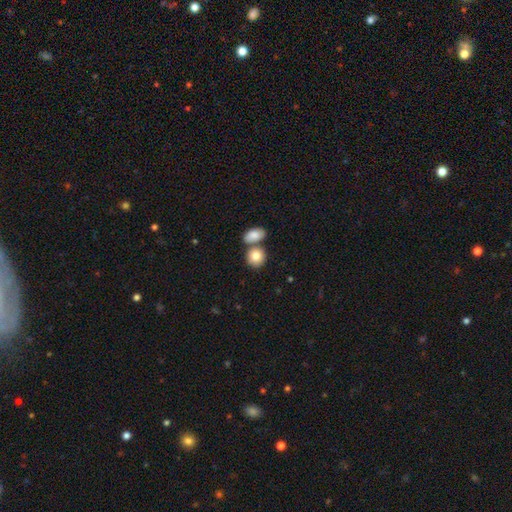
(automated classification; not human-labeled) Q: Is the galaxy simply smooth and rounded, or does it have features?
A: smooth — 84%.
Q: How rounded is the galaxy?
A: round — 67%.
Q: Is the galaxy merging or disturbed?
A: none — 55%.